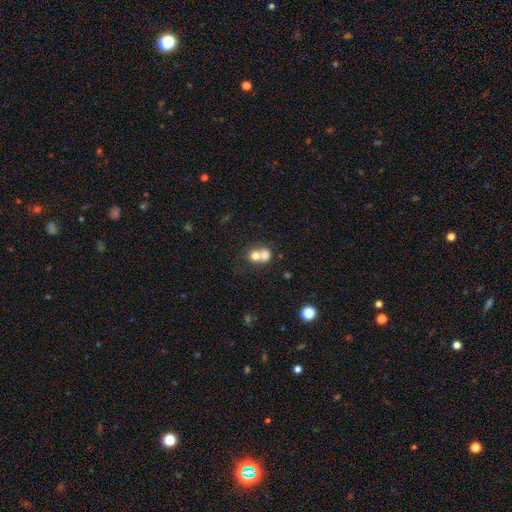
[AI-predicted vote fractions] This is likely a smooth galaxy (70%). How rounded: likely round (72%). Merging: likely merger (68%).